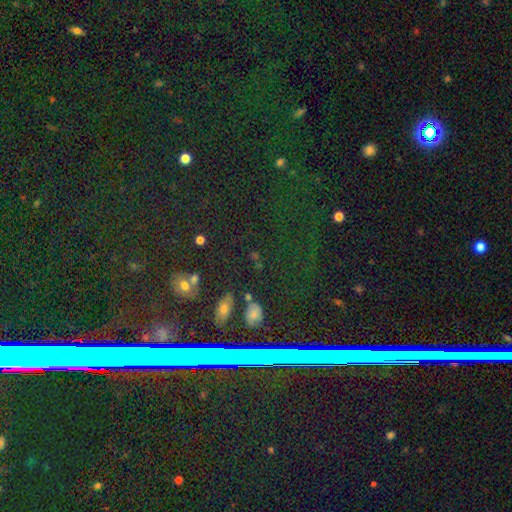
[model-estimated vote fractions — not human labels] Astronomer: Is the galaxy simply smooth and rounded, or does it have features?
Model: star or artifact — 76%.